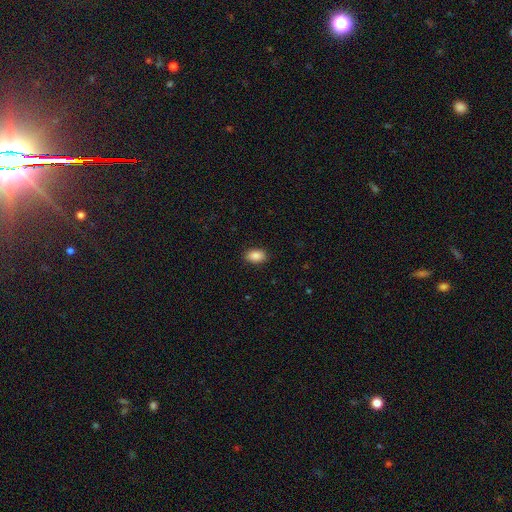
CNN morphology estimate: Smooth or featured?
  - smooth: 88% *
  - star or artifact: 8%
  - featured or disk: 4%
How rounded?
  - in between: 89% *
  - round: 9%
  - cigar-shaped: 2%
Merging?
  - none: 89% *
  - minor disturbance: 8%
  - major disturbance: 2%
  - merger: 1%